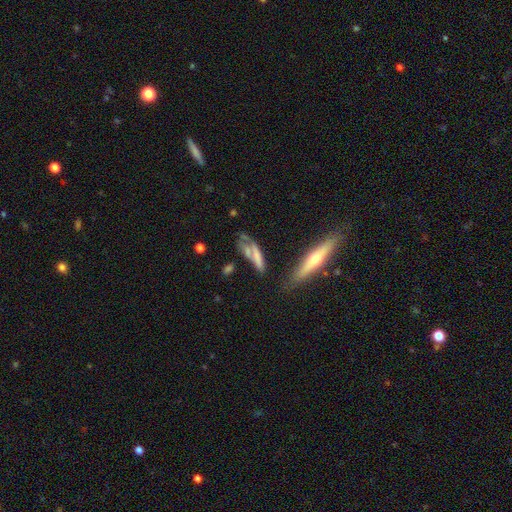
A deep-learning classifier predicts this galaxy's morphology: This is possibly a smooth galaxy (52%). How rounded: likely cigar-shaped (61%). Merging: marginally none (39%).